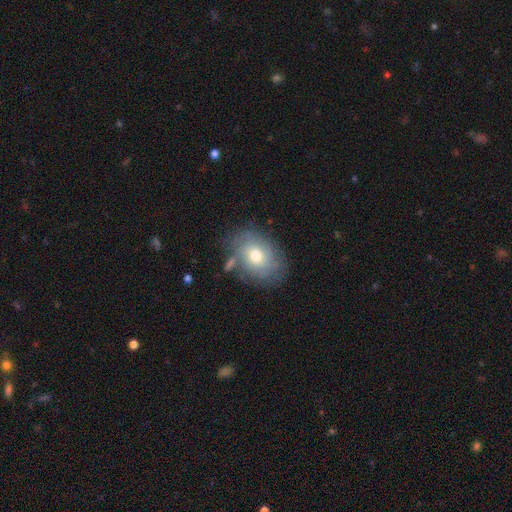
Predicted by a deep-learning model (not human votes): Q: Smooth or featured?
A: smooth (61%); runner-up: featured or disk (30%)
Q: How rounded?
A: in between (65%); runner-up: round (34%)
Q: Merging?
A: none (66%); runner-up: minor disturbance (20%)